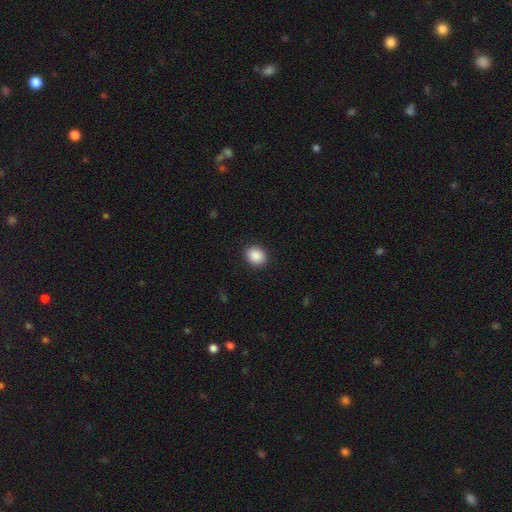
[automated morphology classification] smooth-or-featured: smooth: 89% | star or artifact: 8% | featured or disk: 2%
  how-rounded: round: 66% | in between: 33% | cigar-shaped: 1%
  merging: none: 91% | minor disturbance: 6% | major disturbance: 2% | merger: 1%